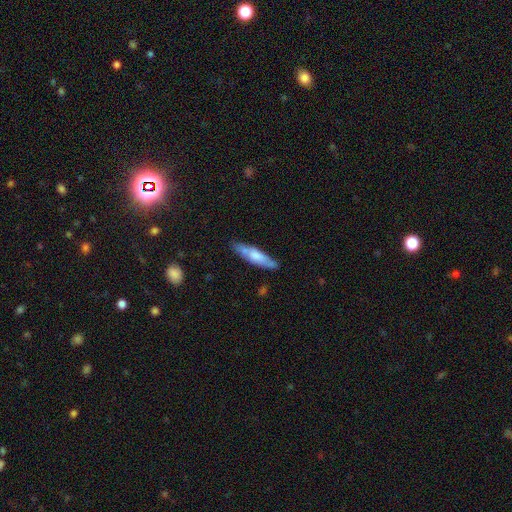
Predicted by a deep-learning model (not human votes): Smooth or featured? smooth (63%)
How rounded? cigar-shaped (75%)
Merging? none (74%)